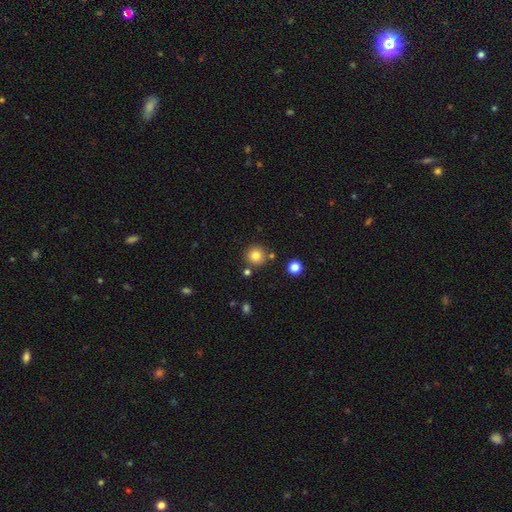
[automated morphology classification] This is clearly a smooth galaxy (82%). How rounded: clearly round (94%). Merging: clearly none (83%).